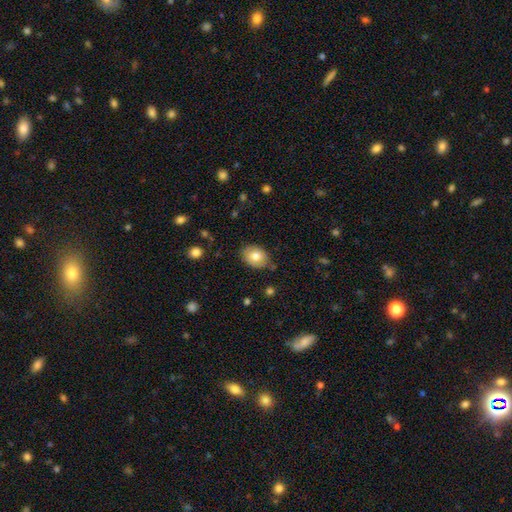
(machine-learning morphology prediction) A smooth galaxy with no disk features (78%) that is in between round and cigar-shaped (70%).

Vote fractions:
- Smooth or featured? smooth: 78% / featured or disk: 15% / star or artifact: 8%
- How rounded? in between: 70% / round: 29% / cigar-shaped: 1%
- Merging? none: 79% / minor disturbance: 17% / major disturbance: 3% / merger: 2%